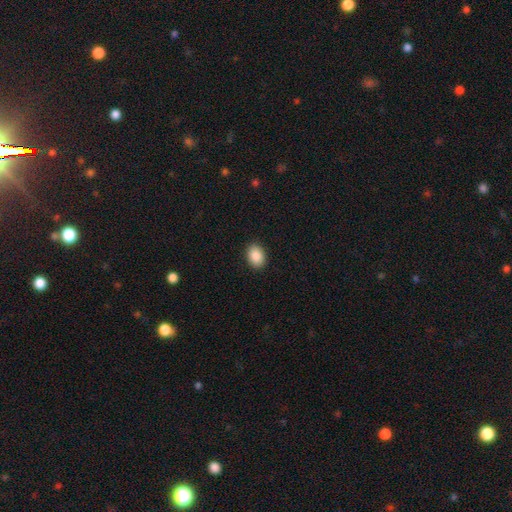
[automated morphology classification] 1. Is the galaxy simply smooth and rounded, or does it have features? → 89% smooth, 7% star or artifact, 3% featured or disk.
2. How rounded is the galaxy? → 73% in between, 26% round, 1% cigar-shaped.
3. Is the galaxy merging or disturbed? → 90% none, 7% minor disturbance, 2% major disturbance, 1% merger.